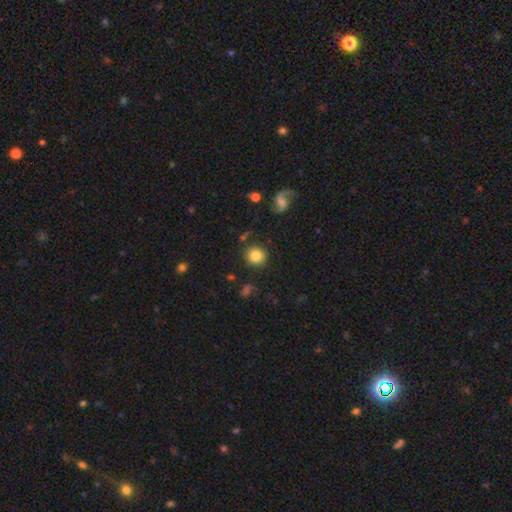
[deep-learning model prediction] The model was most divided on "smooth or featured": smooth: 81%, featured or disk: 10%, star or artifact: 9%. More confident: how rounded — round (91%); merging — none (86%).